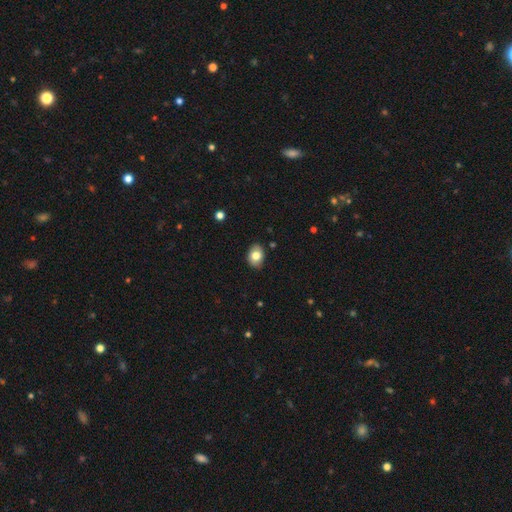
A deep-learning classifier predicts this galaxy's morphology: smooth-or-featured: smooth: 78% | featured or disk: 13% | star or artifact: 8%
  how-rounded: in between: 70% | round: 29% | cigar-shaped: 1%
  merging: none: 86% | minor disturbance: 11% | major disturbance: 2% | merger: 1%